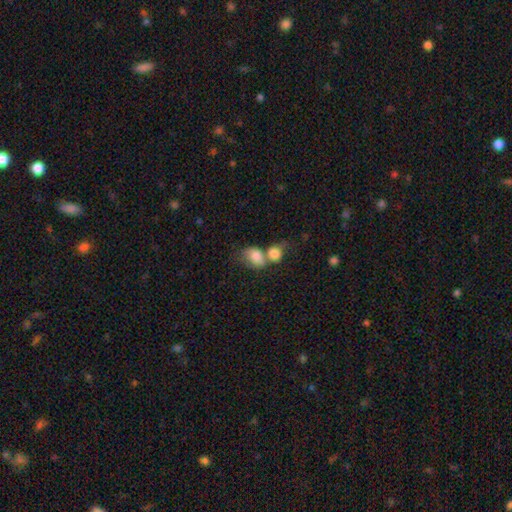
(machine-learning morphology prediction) This is clearly a smooth galaxy (81%). How rounded: possibly in between (59%). Merging: likely merger (64%).